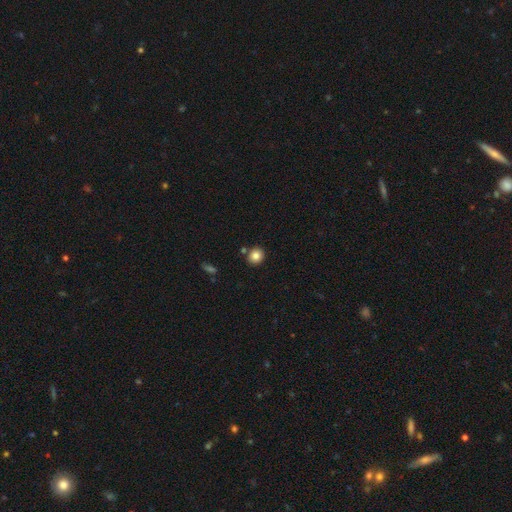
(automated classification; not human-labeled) Smooth or featured? Predicted: smooth (p=0.84). How rounded? Predicted: round (p=0.83). Merging? Predicted: none (p=0.83).